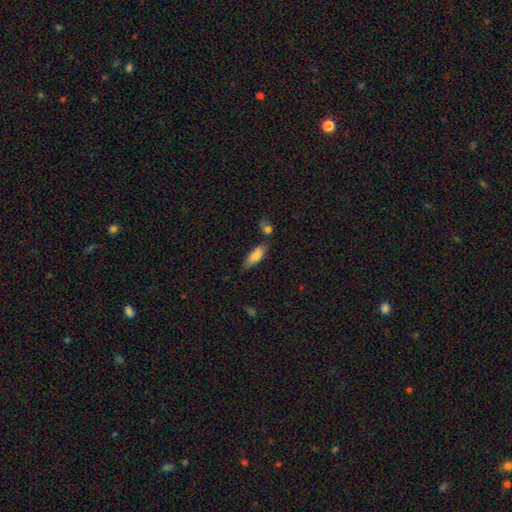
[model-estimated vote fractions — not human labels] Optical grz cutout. It shows a smooth galaxy with no disk features (73%) that is in between round and cigar-shaped (59%). Merging: none (68%).